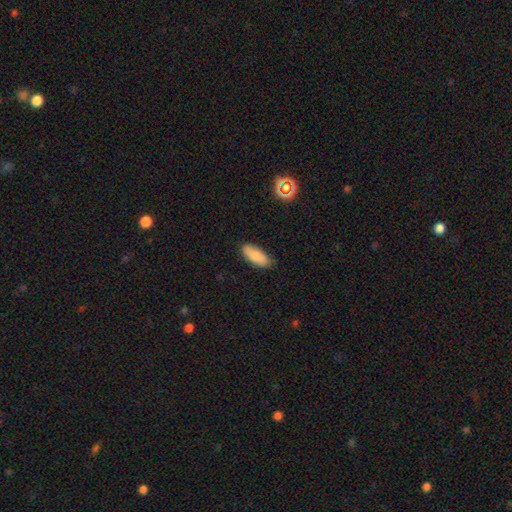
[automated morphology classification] smooth 82%, featured or disk 11%, star or artifact 7%. Down the decision tree: how rounded — in between (81%); merging — none (79%).